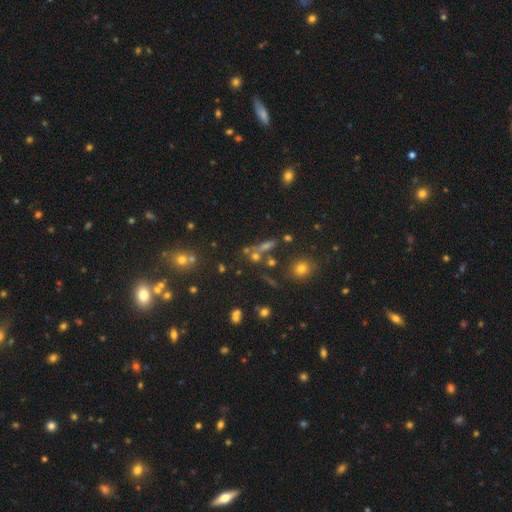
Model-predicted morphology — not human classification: smooth-or-featured: star or artifact: 44% | smooth: 37% | featured or disk: 18%